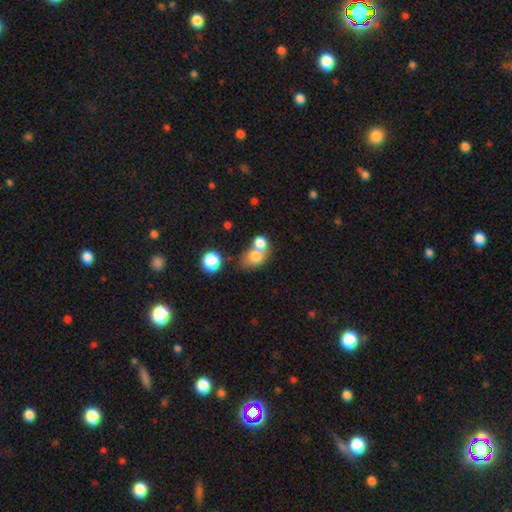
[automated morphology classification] The model was most divided on "how rounded": round: 51%, in between: 48%, cigar-shaped: 1%. More confident: smooth or featured — smooth (75%); merging — merger (53%).